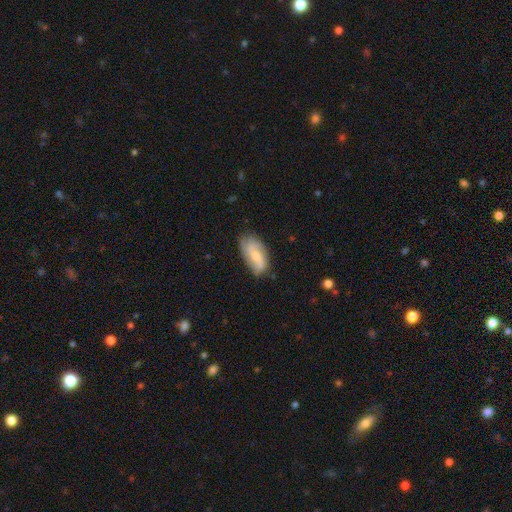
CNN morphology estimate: This is possibly a featured or disk galaxy (60%). It is clearly not viewed edge-on (94%). Bar: possibly no (54%). Spiral arm pattern: clearly yes (89%). Spiral arm count: possibly 2 (49%). Spiral winding: marginally loose (40%). Central bulge: possibly small (50%). Merging: likely none (70%).